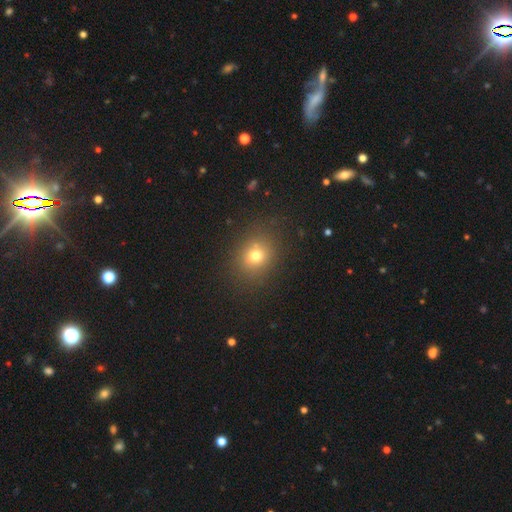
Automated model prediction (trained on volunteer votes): A smooth galaxy with no disk features (73%) that is round (67%). Merging: none (81%).